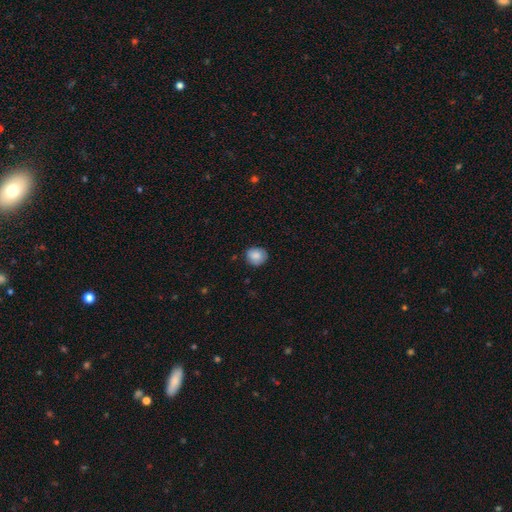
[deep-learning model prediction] smooth_or_featured: smooth (p=0.86) [alt: star or artifact p=0.08]
how_rounded: round (p=0.79) [alt: in between p=0.20]
merging: none (p=0.82) [alt: minor disturbance p=0.15]